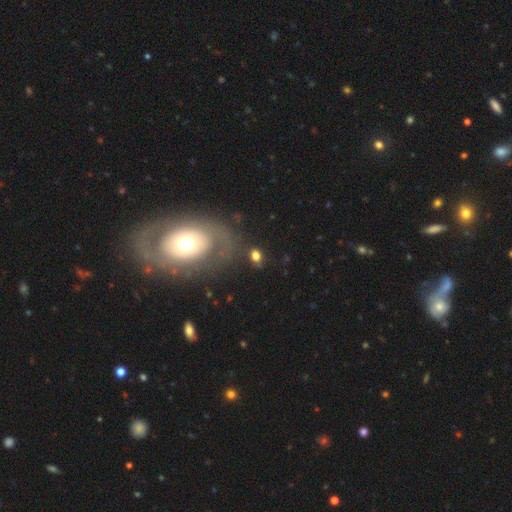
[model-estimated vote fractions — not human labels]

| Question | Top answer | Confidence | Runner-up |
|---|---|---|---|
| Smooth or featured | smooth | 69% | featured or disk (16%) |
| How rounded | in between | 51% | round (46%) |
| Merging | none | 69% | minor disturbance (13%) |